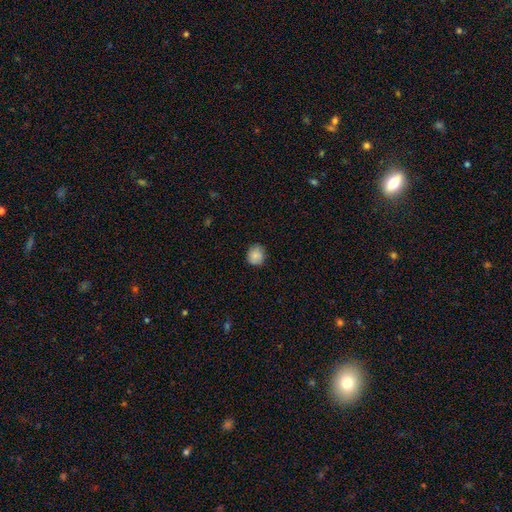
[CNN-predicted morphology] smooth-or-featured: smooth: 84% | star or artifact: 8% | featured or disk: 8%
  how-rounded: round: 80% | in between: 19% | cigar-shaped: 1%
  merging: none: 83% | minor disturbance: 14% | major disturbance: 2% | merger: 1%